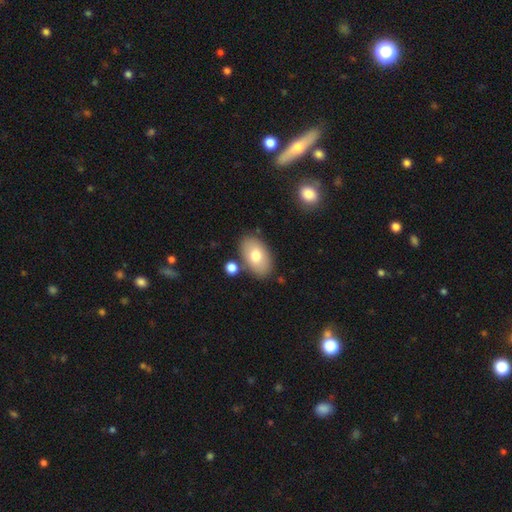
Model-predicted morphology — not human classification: Smooth or featured? Predicted: smooth (p=0.73). How rounded? Predicted: in between (p=0.93). Merging? Predicted: none (p=0.79).